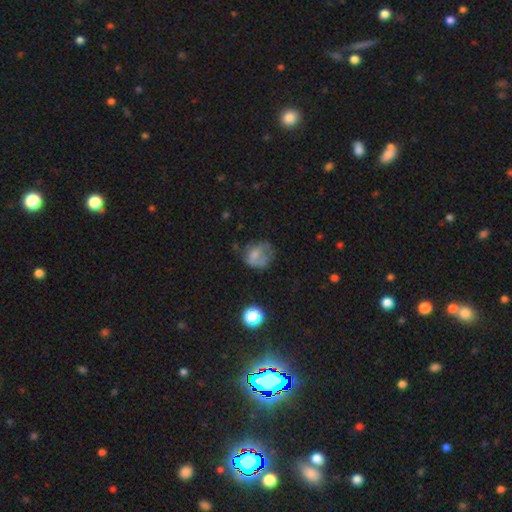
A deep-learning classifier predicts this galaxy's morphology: A smooth galaxy with no disk features (59%) that is round (61%).

Vote fractions:
- Smooth or featured? smooth: 59% / featured or disk: 28% / star or artifact: 14%
- How rounded? round: 61% / in between: 38% / cigar-shaped: 1%
- Merging? none: 37% / major disturbance: 33% / minor disturbance: 27% / merger: 3%